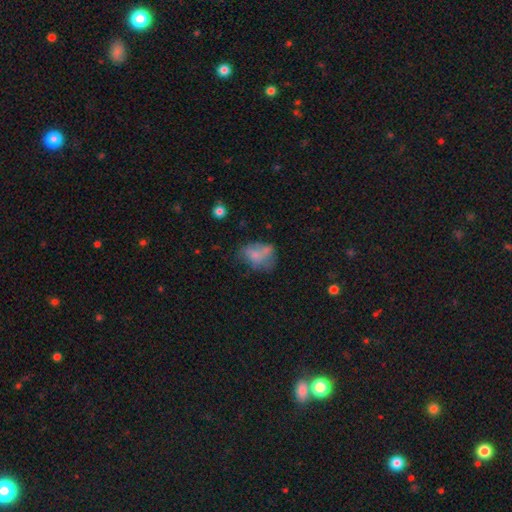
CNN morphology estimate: Smooth or featured? Predicted: smooth (p=0.55). How rounded? Predicted: in between (p=0.71). Merging? Predicted: none (p=0.35).